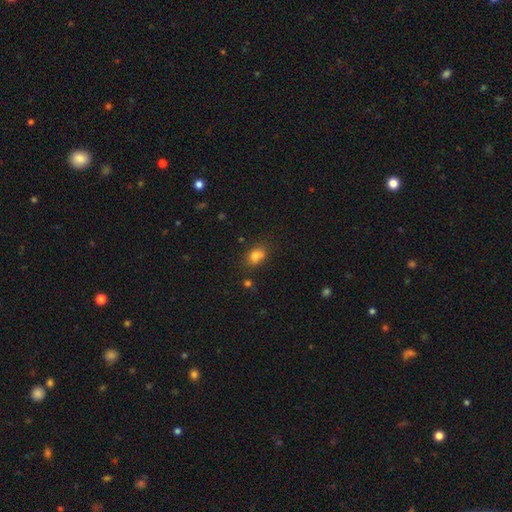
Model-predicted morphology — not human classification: Smooth or featured: smooth — 76% (star or artifact — 13%)
How rounded: in between — 62% (round — 36%)
Merging: none — 57% (minor disturbance — 19%)